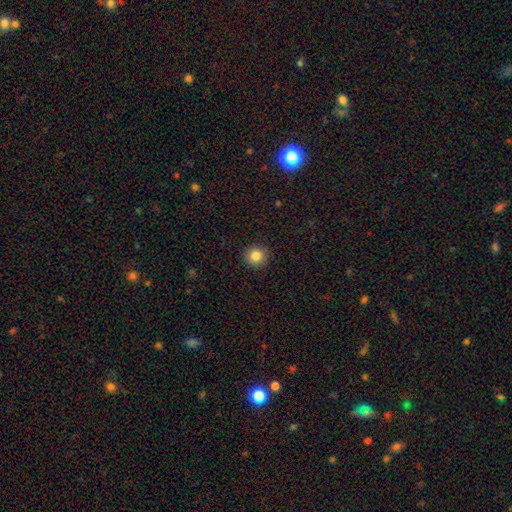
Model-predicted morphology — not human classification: smooth 83%, star or artifact 11%, featured or disk 6%. Down the decision tree: how rounded — round (93%); merging — none (92%).